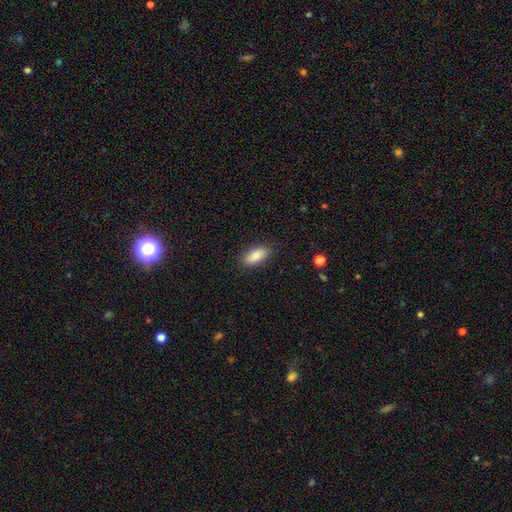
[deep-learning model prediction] Smooth or featured?
  - smooth: 88% *
  - star or artifact: 6%
  - featured or disk: 6%
How rounded?
  - in between: 86% *
  - cigar-shaped: 12%
  - round: 2%
Merging?
  - none: 88% *
  - minor disturbance: 9%
  - major disturbance: 2%
  - merger: 1%